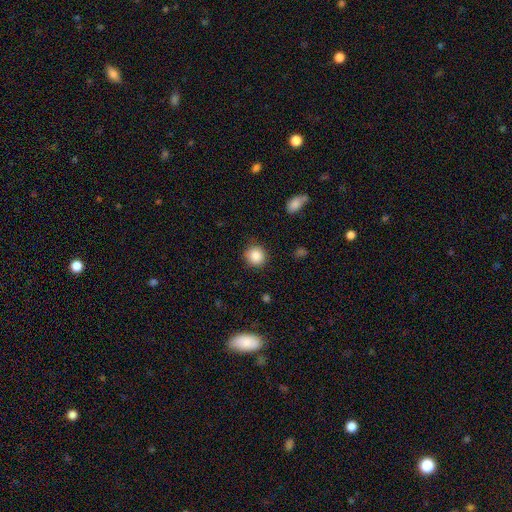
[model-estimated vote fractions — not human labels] Q: Smooth or featured?
A: smooth (86%); runner-up: star or artifact (9%)
Q: How rounded?
A: round (92%); runner-up: in between (7%)
Q: Merging?
A: none (89%); runner-up: minor disturbance (8%)